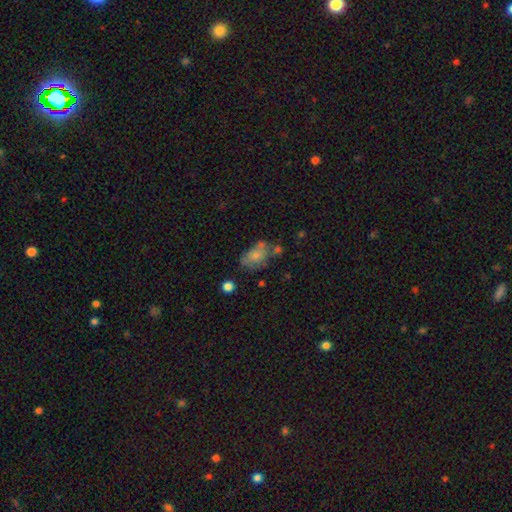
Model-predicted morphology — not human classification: Smooth or featured? smooth (70%)
How rounded? in between (85%)
Merging? none (41%)